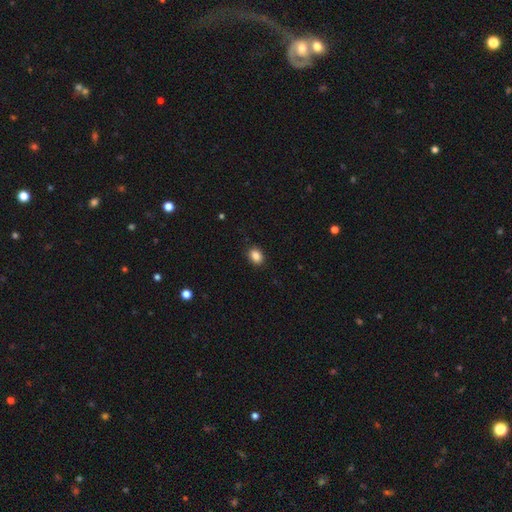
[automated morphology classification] Smooth or featured? smooth (88%)
How rounded? in between (64%)
Merging? none (87%)